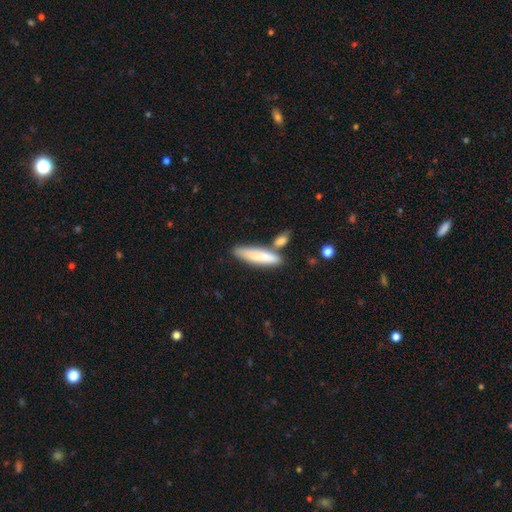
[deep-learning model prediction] Q: Smooth or featured?
A: smooth (78%); runner-up: featured or disk (16%)
Q: How rounded?
A: cigar-shaped (73%); runner-up: in between (26%)
Q: Merging?
A: none (58%); runner-up: merger (21%)